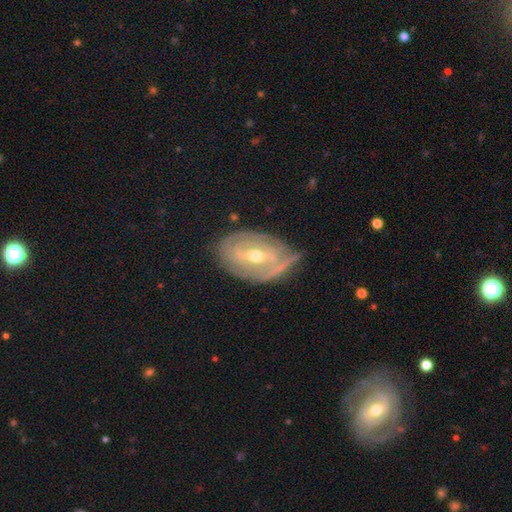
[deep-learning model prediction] This is likely a featured or disk galaxy (80%). It is clearly not viewed edge-on (94%). Bar: possibly weak (46%). Spiral arm pattern: clearly yes (82%). Spiral arm count: marginally 2 (42%). Spiral winding: likely tight (66%). Central bulge: likely moderate (69%). Merging: likely none (66%).